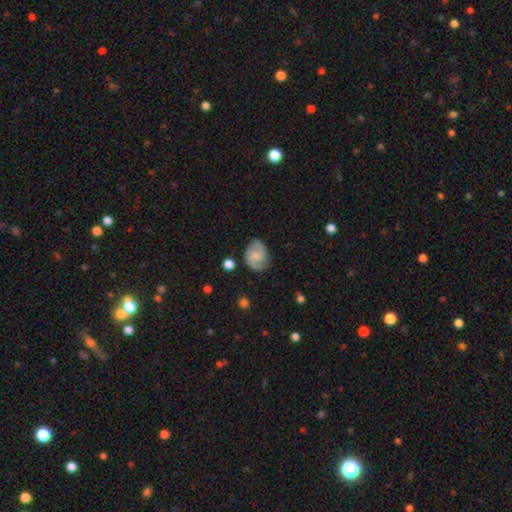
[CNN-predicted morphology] smooth_or_featured: featured or disk (p=0.68) [alt: smooth p=0.26]
disk_edge_on: no (p=0.98) [alt: yes p=0.02]
bar: no (p=0.50) [alt: weak p=0.42]
has_spiral_arms: yes (p=0.93) [alt: no p=0.07]
spiral_winding: medium (p=0.50) [alt: tight p=0.26]
spiral_arm_count: 2 (p=0.88) [alt: can't tell p=0.06]
bulge_size: small (p=0.35) [alt: none p=0.32]
merging: none (p=0.76) [alt: minor disturbance p=0.17]